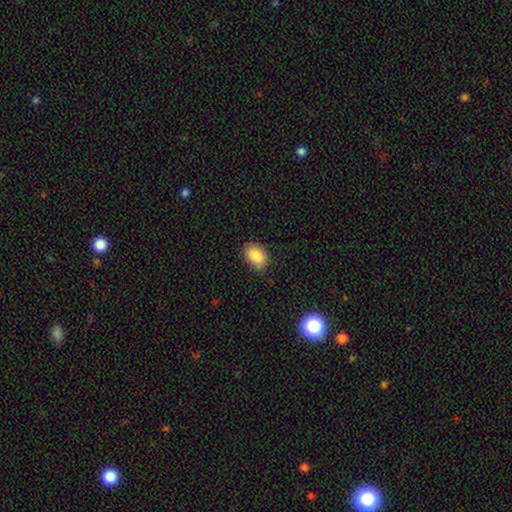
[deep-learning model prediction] A smooth galaxy with no disk features (88%) that is in between round and cigar-shaped (80%). Merging: none (82%).